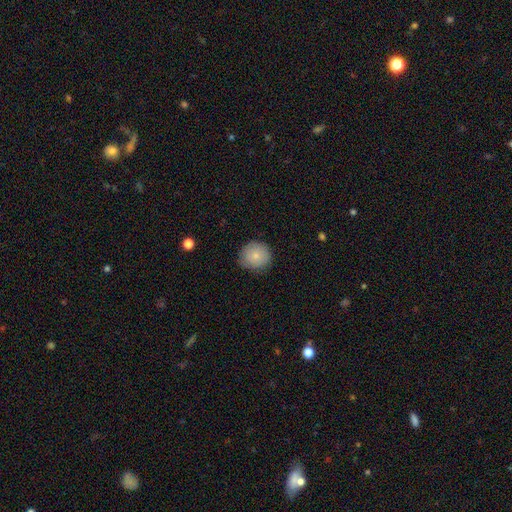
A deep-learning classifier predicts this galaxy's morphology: smooth_or_featured: smooth (p=0.80) [alt: featured or disk p=0.13]
how_rounded: round (p=0.85) [alt: in between p=0.15]
merging: none (p=0.80) [alt: minor disturbance p=0.16]